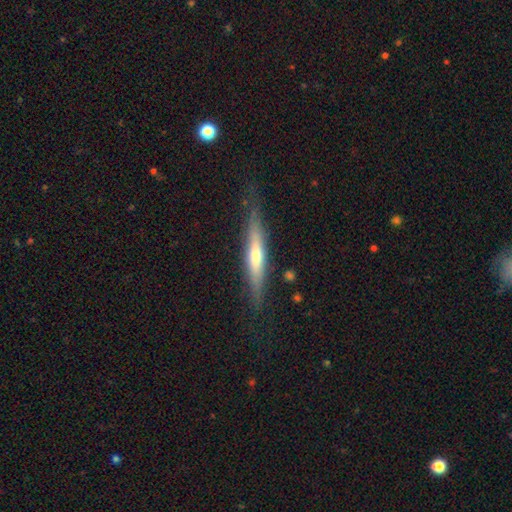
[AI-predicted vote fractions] Q: Smooth or featured?
A: featured or disk (58%); runner-up: smooth (35%)
Q: Edge-on disk?
A: yes (92%); runner-up: no (8%)
Q: Edge-on bulge?
A: rounded (62%); runner-up: none (27%)
Q: Merging?
A: none (78%); runner-up: minor disturbance (16%)